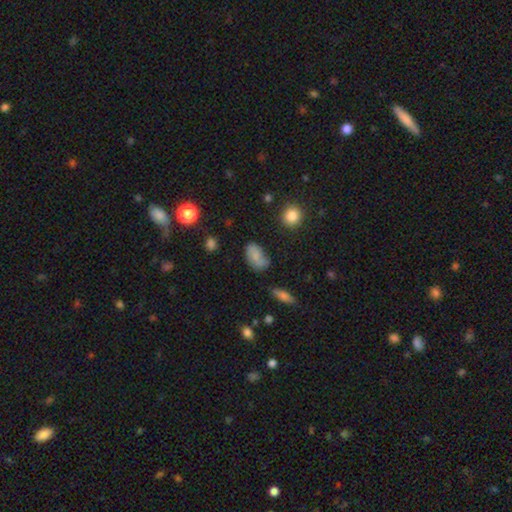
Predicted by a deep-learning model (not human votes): This is likely a smooth galaxy (67%). How rounded: clearly in between (89%). Merging: possibly none (53%).